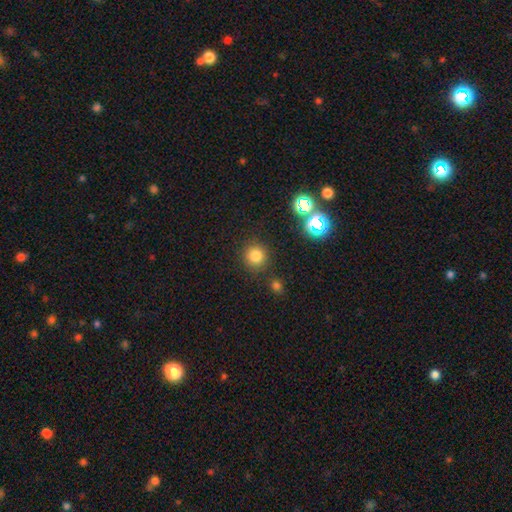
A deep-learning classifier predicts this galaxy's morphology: smooth 78%, star or artifact 17%, featured or disk 5%. Down the decision tree: how rounded — round (93%); merging — none (85%).